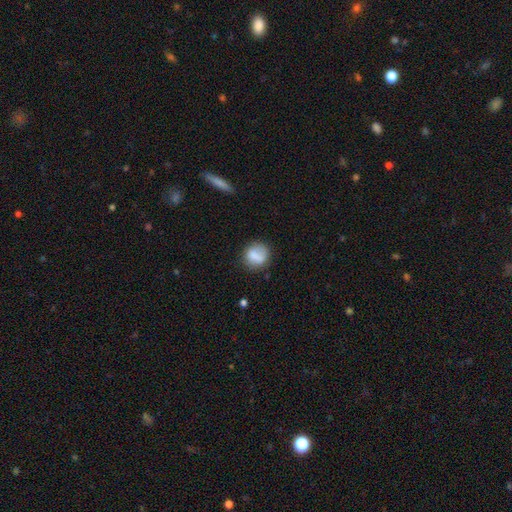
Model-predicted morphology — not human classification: type=smooth (79%); roundness=round (79%); merging=none (67%).